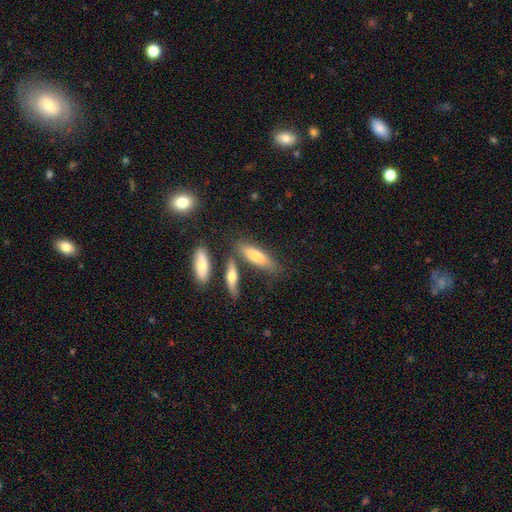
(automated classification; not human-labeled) Morphology: type=smooth (67%); roundness=cigar-shaped (53%); merging=none (62%).